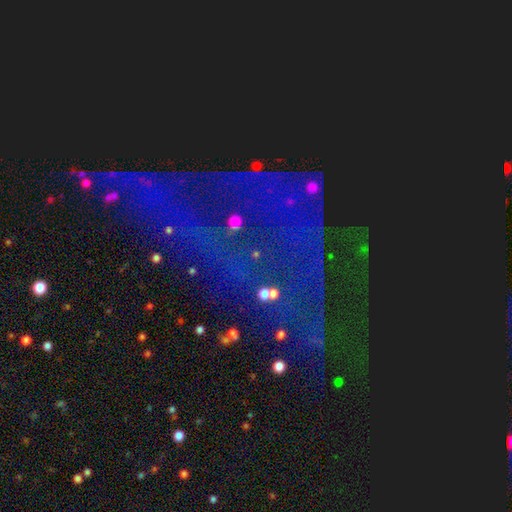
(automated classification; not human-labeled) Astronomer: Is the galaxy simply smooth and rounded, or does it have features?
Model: star or artifact — 78%.